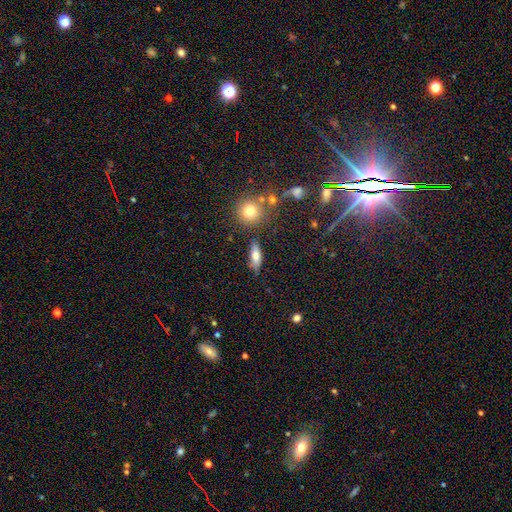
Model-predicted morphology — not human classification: This is likely a smooth galaxy (73%). How rounded: likely in between (67%). Merging: likely none (76%).